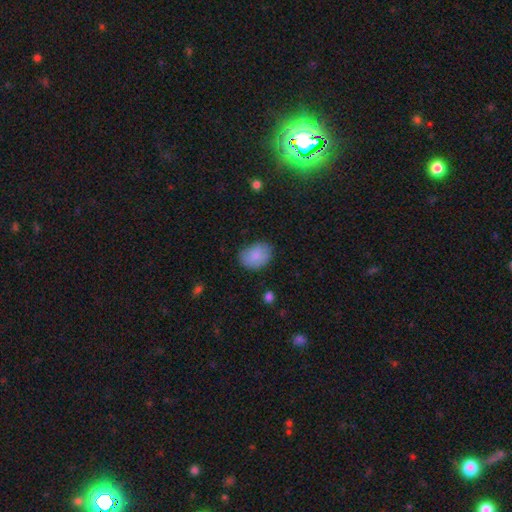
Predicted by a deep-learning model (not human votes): The model was most divided on "how rounded": in between: 76%, round: 23%, cigar-shaped: 1%. More confident: smooth or featured — smooth (87%); merging — none (76%).